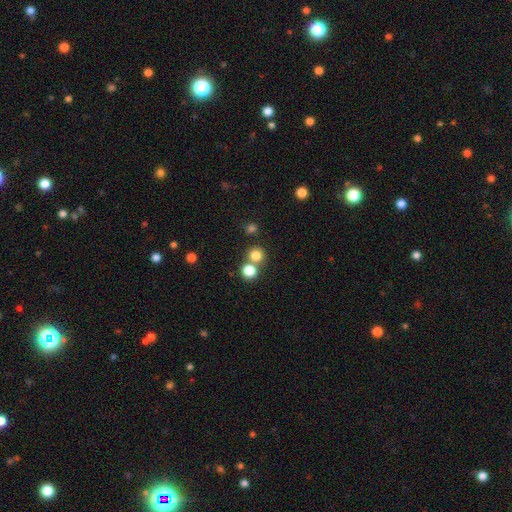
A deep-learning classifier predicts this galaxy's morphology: Q: Smooth or featured?
A: smooth (78%); runner-up: star or artifact (15%)
Q: How rounded?
A: round (90%); runner-up: in between (9%)
Q: Merging?
A: none (63%); runner-up: merger (28%)